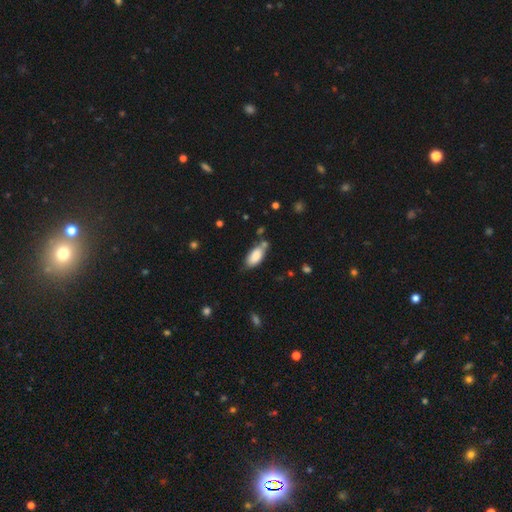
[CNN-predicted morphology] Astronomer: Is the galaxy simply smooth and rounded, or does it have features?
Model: smooth — 85%.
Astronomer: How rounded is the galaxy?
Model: in between — 88%.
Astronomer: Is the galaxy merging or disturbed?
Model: none — 60%.